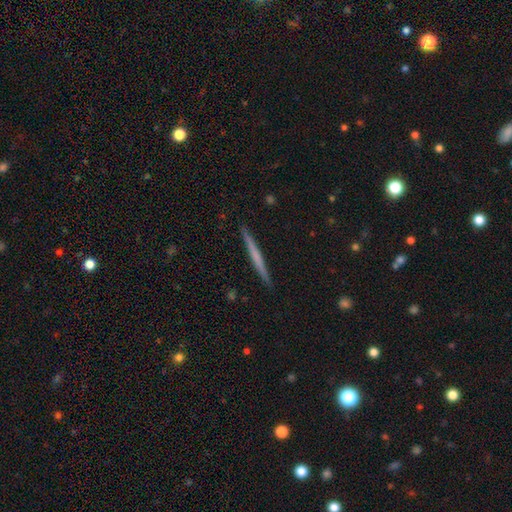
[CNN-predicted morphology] Smooth or featured? featured or disk (48%)
Merging? none (92%)